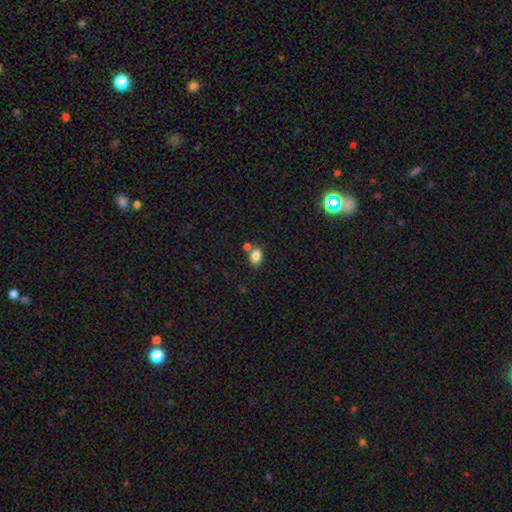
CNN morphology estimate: This appears to be a smooth galaxy with no disk features (84%) that is in between round and cigar-shaped (69%). Merging: none (64%).